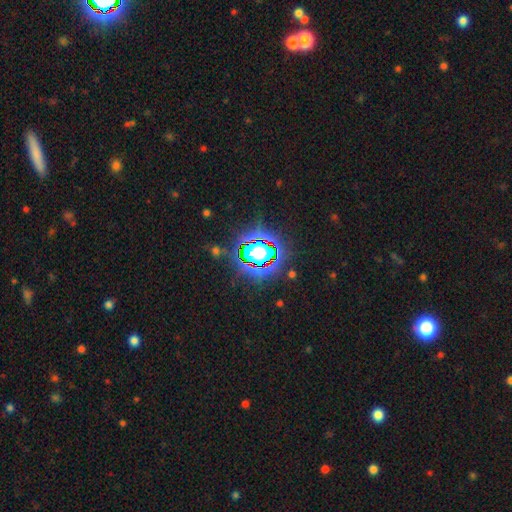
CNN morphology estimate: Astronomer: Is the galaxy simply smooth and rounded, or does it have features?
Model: star or artifact — 83%.